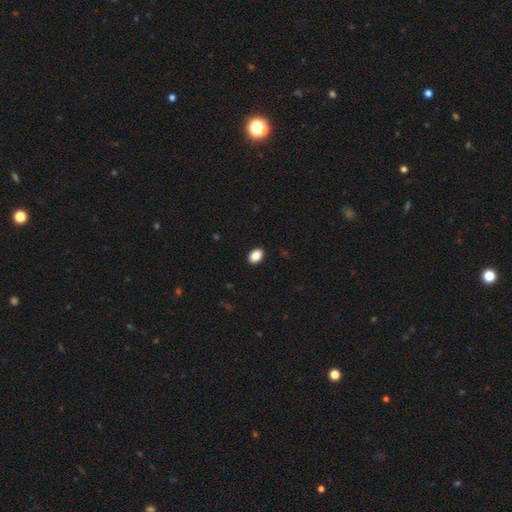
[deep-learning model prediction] smooth-or-featured: smooth: 87% | star or artifact: 8% | featured or disk: 5%
  how-rounded: in between: 84% | round: 15% | cigar-shaped: 1%
  merging: none: 91% | minor disturbance: 6% | major disturbance: 2% | merger: 1%